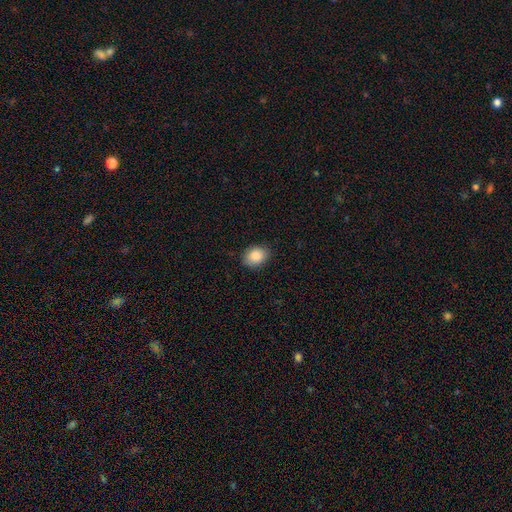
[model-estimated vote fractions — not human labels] smooth-or-featured: smooth: 87% | star or artifact: 8% | featured or disk: 5%
  how-rounded: in between: 66% | round: 33% | cigar-shaped: 1%
  merging: none: 87% | minor disturbance: 10% | major disturbance: 2% | merger: 1%